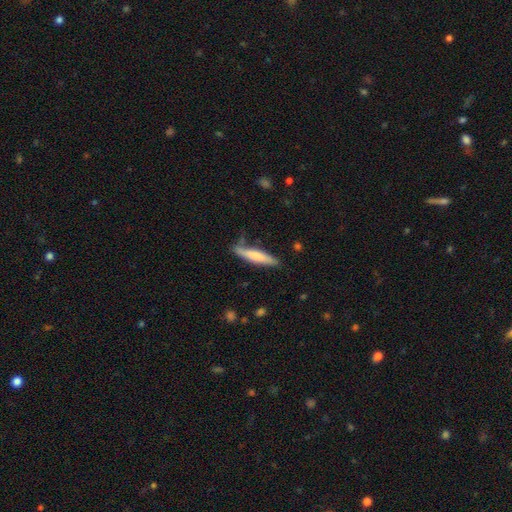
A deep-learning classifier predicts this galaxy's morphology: smooth-or-featured: smooth: 68% | featured or disk: 27% | star or artifact: 5%
  how-rounded: cigar-shaped: 85% | in between: 14% | round: 1%
  merging: none: 71% | minor disturbance: 20% | merger: 5% | major disturbance: 4%